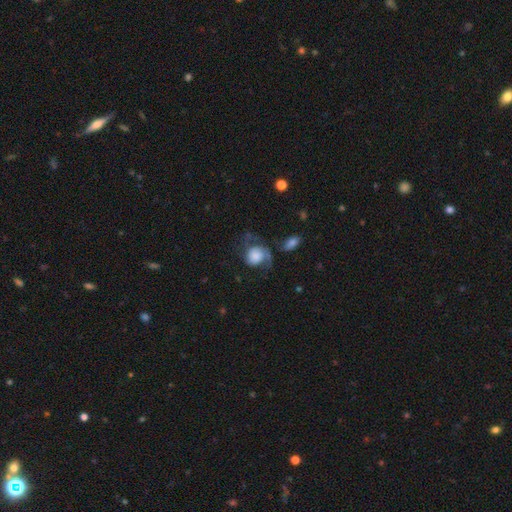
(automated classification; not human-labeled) smooth-or-featured: featured or disk: 51% | smooth: 41% | star or artifact: 8%
  disk-edge-on: no: 97% | yes: 3%
  merging: none: 40% | major disturbance: 32% | minor disturbance: 23% | merger: 5%